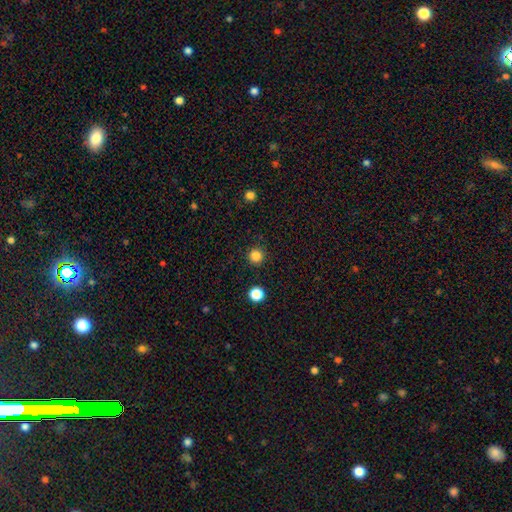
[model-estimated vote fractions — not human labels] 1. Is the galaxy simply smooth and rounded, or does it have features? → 84% smooth, 13% star or artifact, 4% featured or disk.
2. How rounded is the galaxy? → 96% round, 3% in between, 1% cigar-shaped.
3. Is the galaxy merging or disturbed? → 92% none, 4% minor disturbance, 2% major disturbance, 1% merger.